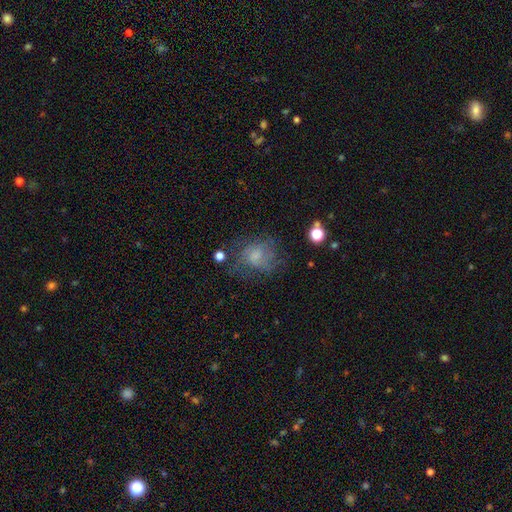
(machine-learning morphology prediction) Q: Smooth or featured?
A: smooth (44%); runner-up: featured or disk (41%)
Q: Merging?
A: none (49%); runner-up: major disturbance (26%)